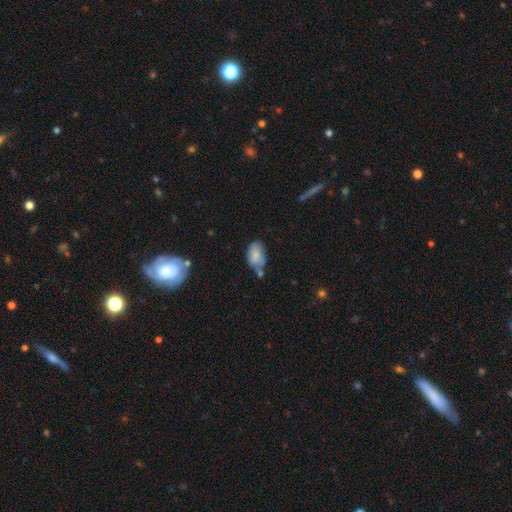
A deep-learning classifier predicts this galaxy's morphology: This appears to be a smooth galaxy with no disk features (77%) that is in between round and cigar-shaped (90%). Merging: none (40%).